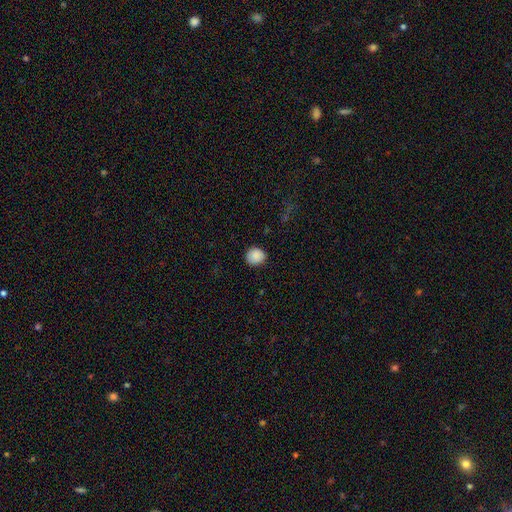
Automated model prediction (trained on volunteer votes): This is clearly a smooth galaxy (88%). How rounded: likely round (77%). Merging: clearly none (86%).